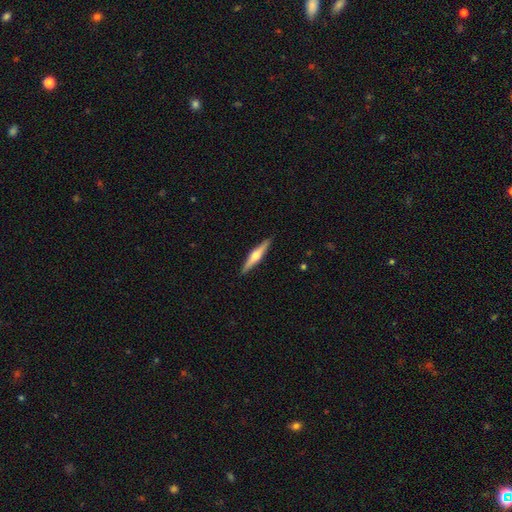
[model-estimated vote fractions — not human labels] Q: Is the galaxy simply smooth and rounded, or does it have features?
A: featured or disk — 67%.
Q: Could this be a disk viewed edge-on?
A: yes — 98%.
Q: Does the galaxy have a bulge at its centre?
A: rounded — 91%.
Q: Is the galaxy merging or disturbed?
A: none — 91%.